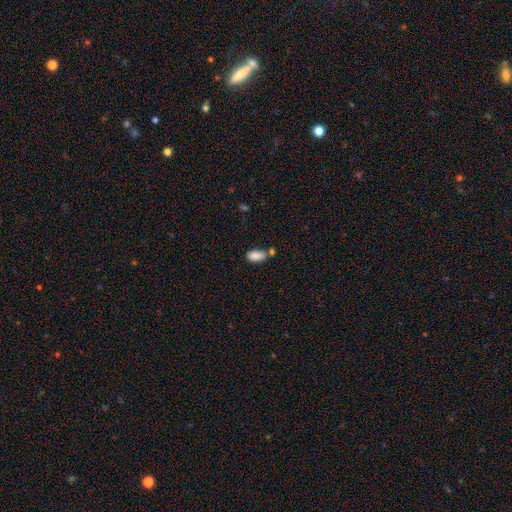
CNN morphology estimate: A smooth galaxy with no disk features (86%) that is in between round and cigar-shaped (92%). Merging: none (53%).